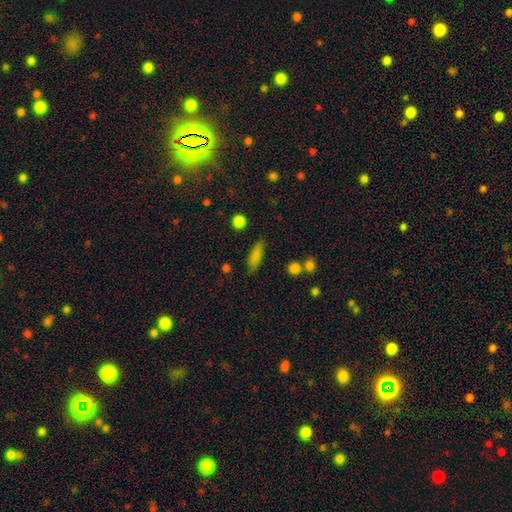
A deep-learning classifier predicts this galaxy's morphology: Smooth or featured? Predicted: smooth (p=0.82). How rounded? Predicted: in between (p=0.49). Merging? Predicted: none (p=0.81).